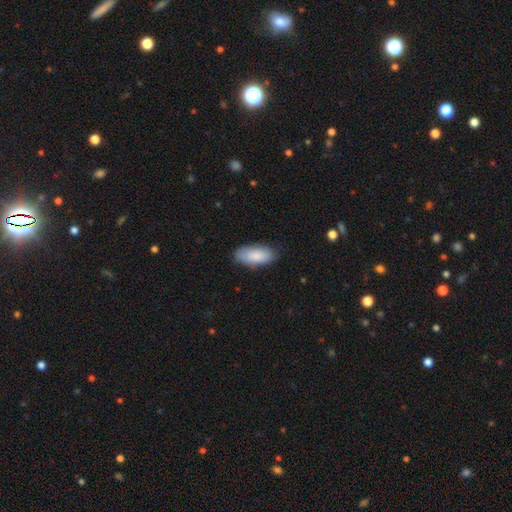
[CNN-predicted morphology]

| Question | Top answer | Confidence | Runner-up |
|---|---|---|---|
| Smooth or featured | smooth | 86% | featured or disk (9%) |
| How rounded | in between | 90% | cigar-shaped (8%) |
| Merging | none | 79% | minor disturbance (17%) |